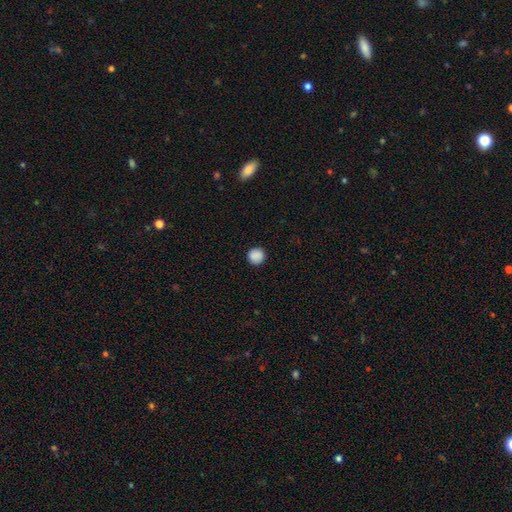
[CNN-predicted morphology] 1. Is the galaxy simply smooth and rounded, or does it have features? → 89% smooth, 9% star or artifact, 3% featured or disk.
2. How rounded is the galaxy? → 94% round, 5% in between, 1% cigar-shaped.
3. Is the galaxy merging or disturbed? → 91% none, 6% minor disturbance, 2% major disturbance, 1% merger.